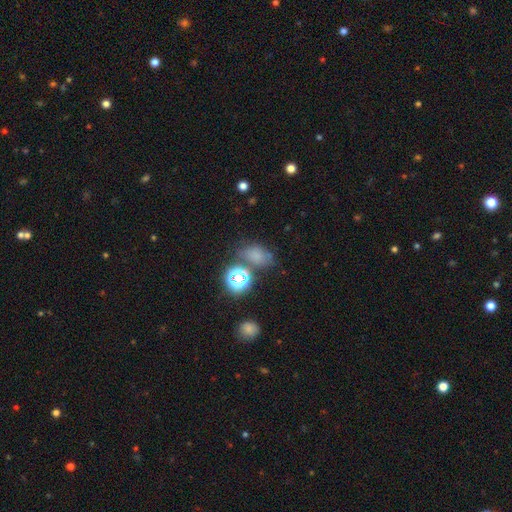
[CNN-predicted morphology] A smooth galaxy with no disk features (61%) that is in between round and cigar-shaped (65%). Merging: none (53%).